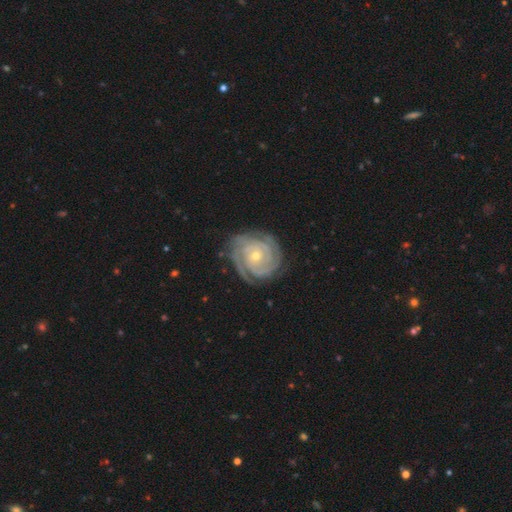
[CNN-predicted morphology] A featured or disk galaxy (89%) with no bar (74%), 3 (27%) tight (85%) spiral arms (98%) and a small central bulge (63%). Merging: none (78%).